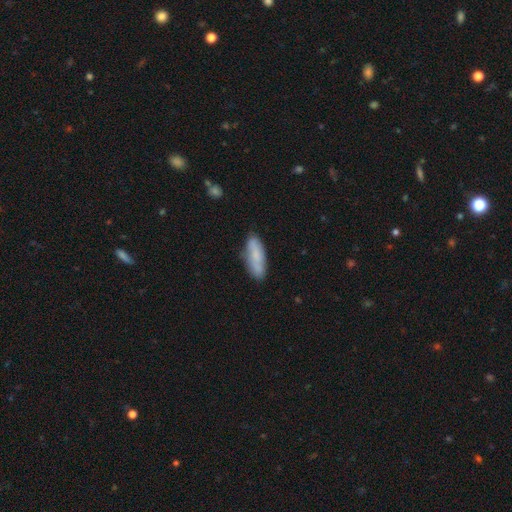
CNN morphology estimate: smooth 74%, featured or disk 19%, star or artifact 6%. Down the decision tree: how rounded — in between (59%); merging — none (78%).